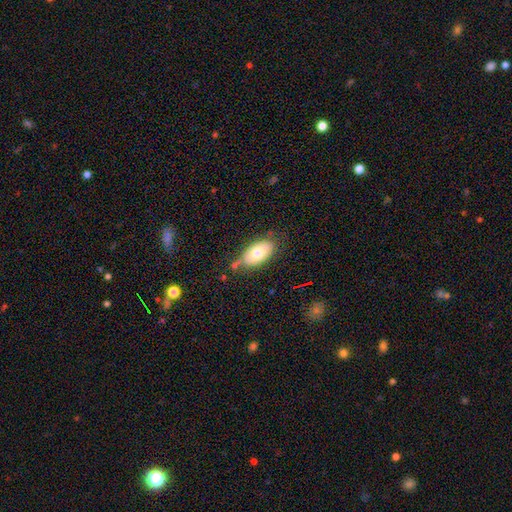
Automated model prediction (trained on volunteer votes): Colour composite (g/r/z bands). It shows a smooth galaxy with no disk features (66%) that is in between round and cigar-shaped (92%). Merging: none (71%).